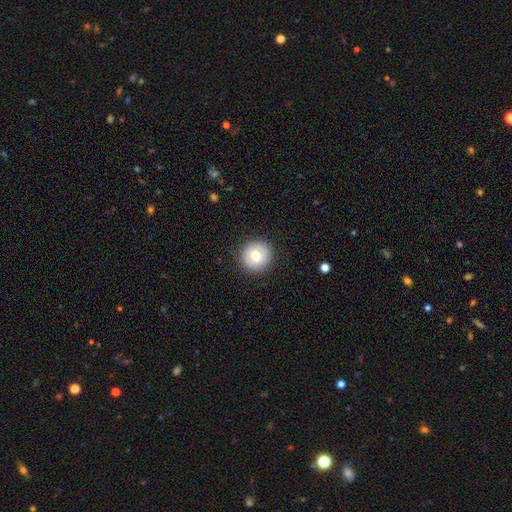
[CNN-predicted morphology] smooth-or-featured: smooth: 72% | featured or disk: 19% | star or artifact: 9%
  how-rounded: round: 95% | in between: 4% | cigar-shaped: 1%
  merging: none: 90% | minor disturbance: 7% | major disturbance: 2% | merger: 1%